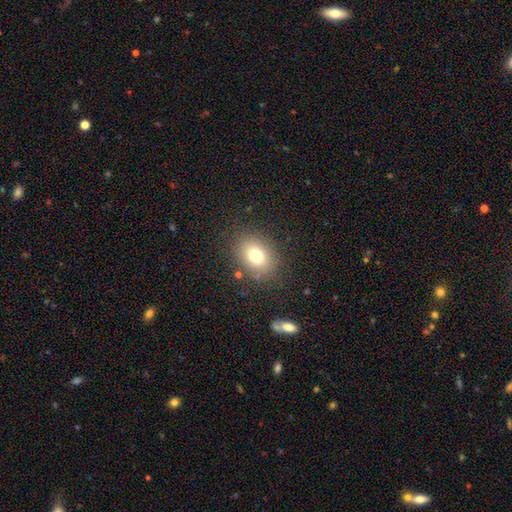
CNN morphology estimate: Smooth or featured?
  - smooth: 76% *
  - featured or disk: 12%
  - star or artifact: 12%
How rounded?
  - in between: 64% *
  - round: 35%
  - cigar-shaped: 1%
Merging?
  - none: 83% *
  - minor disturbance: 11%
  - major disturbance: 4%
  - merger: 2%